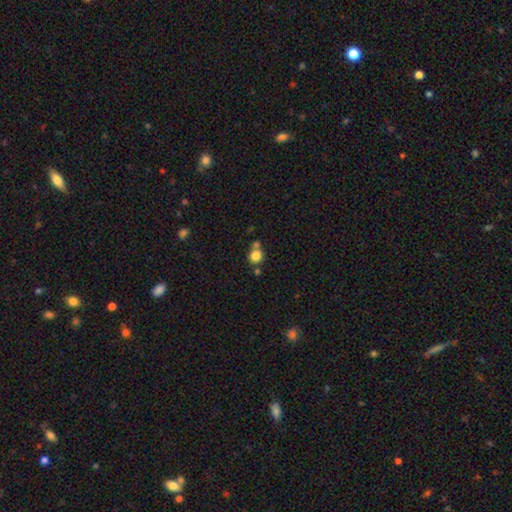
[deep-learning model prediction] A smooth galaxy with no disk features (82%) that is round (90%).

Vote fractions:
- Smooth or featured? smooth: 82% / star or artifact: 11% / featured or disk: 7%
- How rounded? round: 90% / in between: 9% / cigar-shaped: 1%
- Merging? none: 61% / merger: 27% / minor disturbance: 9% / major disturbance: 3%